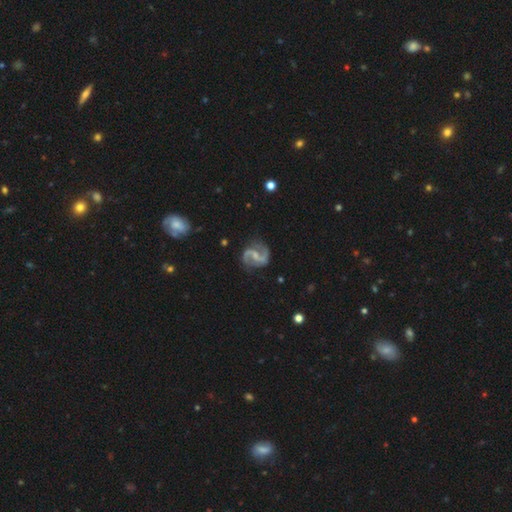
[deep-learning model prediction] This is clearly a featured or disk galaxy (92%). It is clearly not viewed edge-on (98%). Bar: possibly weak (48%). Spiral arm pattern: clearly yes (98%). Spiral arm count: clearly 2 (94%). Spiral winding: possibly medium (59%). Central bulge: possibly small (57%). Merging: clearly none (81%).